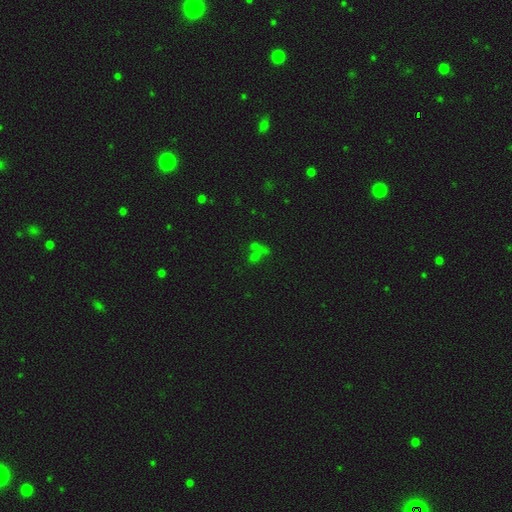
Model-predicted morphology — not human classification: star or artifact 42%, smooth 41%, featured or disk 17%.